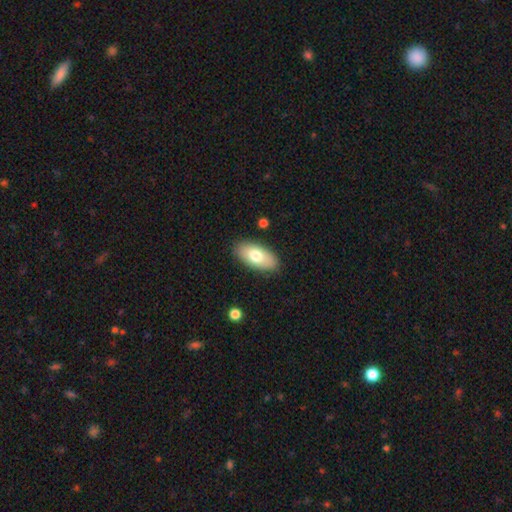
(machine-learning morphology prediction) Smooth or featured: smooth — 73% (featured or disk — 21%)
How rounded: in between — 92% (cigar-shaped — 5%)
Merging: none — 86% (minor disturbance — 10%)